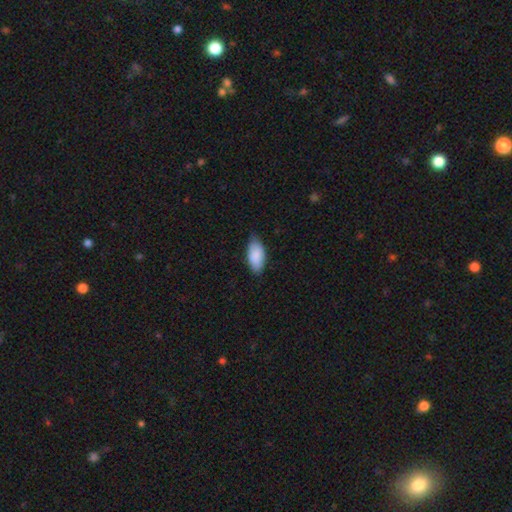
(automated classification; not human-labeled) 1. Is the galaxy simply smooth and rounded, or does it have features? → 87% smooth, 7% featured or disk, 6% star or artifact.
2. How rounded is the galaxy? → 92% in between, 6% cigar-shaped, 2% round.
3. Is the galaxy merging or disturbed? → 72% none, 23% minor disturbance, 3% major disturbance, 1% merger.